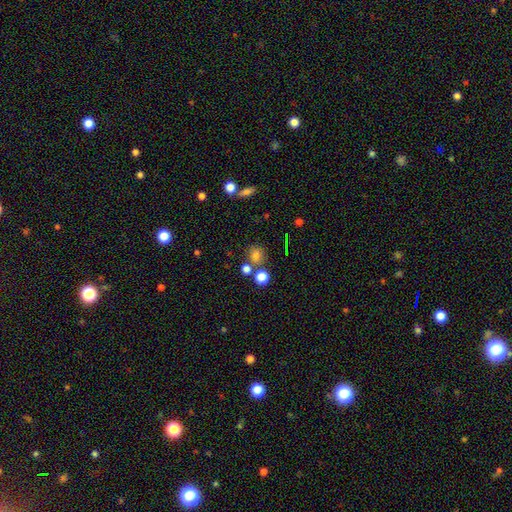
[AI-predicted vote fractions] This appears to be a smooth galaxy with no disk features (75%) that is round (82%). Merging: none (69%).